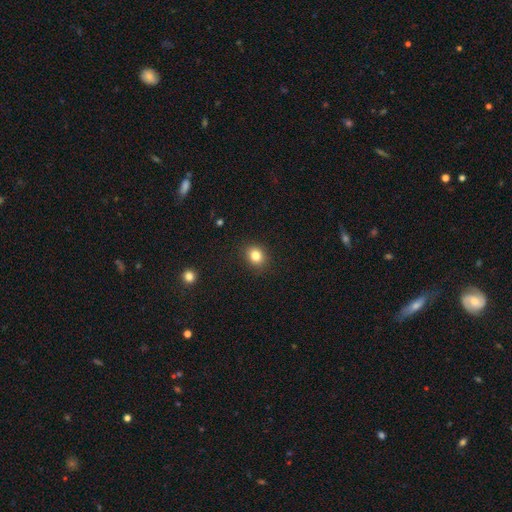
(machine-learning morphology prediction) A smooth galaxy with no disk features (83%) that is round (65%).

Vote fractions:
- Smooth or featured? smooth: 83% / star or artifact: 11% / featured or disk: 6%
- How rounded? round: 65% / in between: 34% / cigar-shaped: 1%
- Merging? none: 89% / minor disturbance: 7% / major disturbance: 2% / merger: 1%